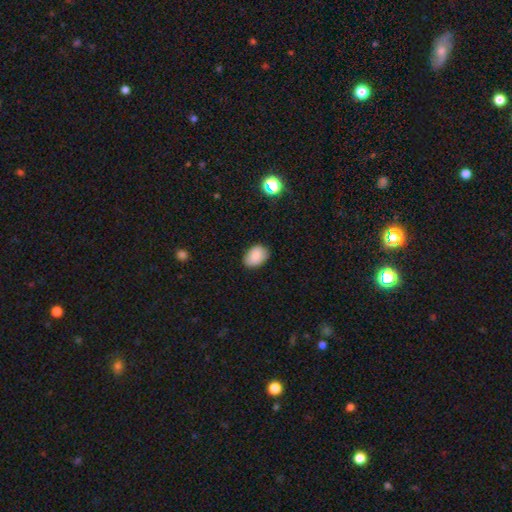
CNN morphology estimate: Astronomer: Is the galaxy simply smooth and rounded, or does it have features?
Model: smooth — 86%.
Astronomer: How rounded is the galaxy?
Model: in between — 85%.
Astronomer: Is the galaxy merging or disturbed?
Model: none — 83%.